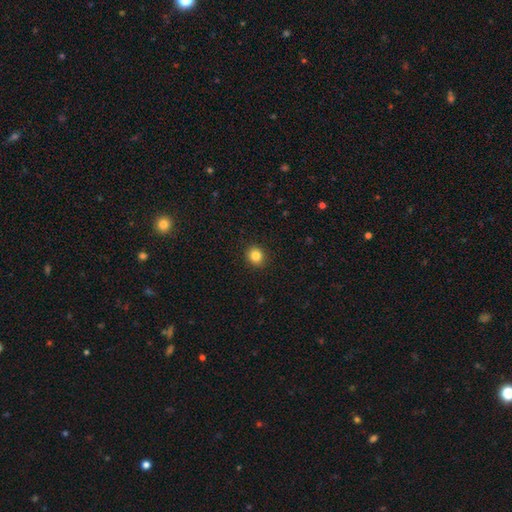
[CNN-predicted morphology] smooth-or-featured: smooth: 84% | star or artifact: 11% | featured or disk: 5%
  how-rounded: round: 81% | in between: 18% | cigar-shaped: 1%
  merging: none: 92% | minor disturbance: 5% | major disturbance: 2% | merger: 1%